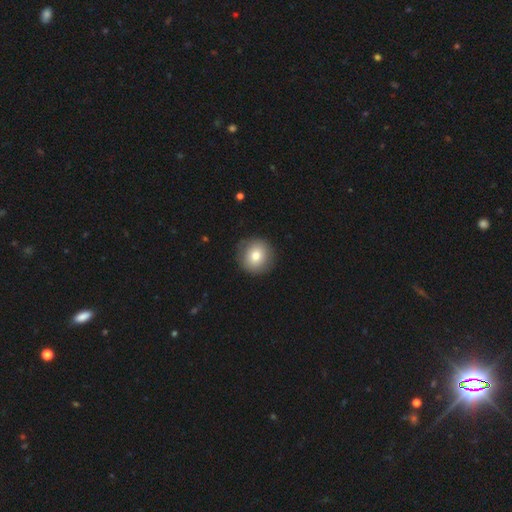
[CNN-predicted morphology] Smooth or featured? smooth (78%)
How rounded? round (93%)
Merging? none (87%)